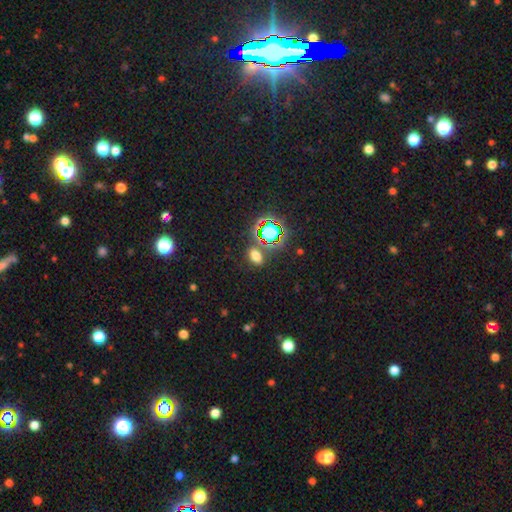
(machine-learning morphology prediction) type=smooth (61%); roundness=in between (79%); merging=none (78%).